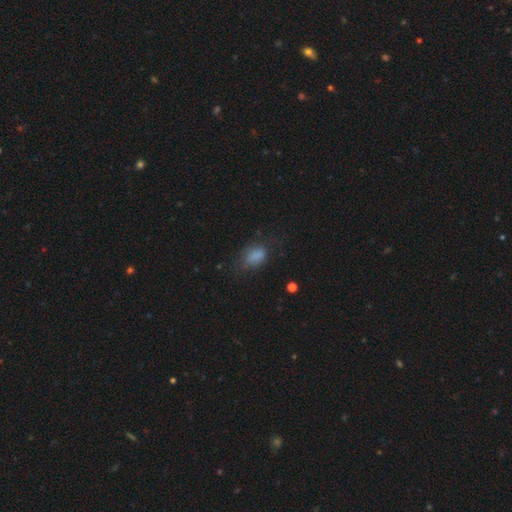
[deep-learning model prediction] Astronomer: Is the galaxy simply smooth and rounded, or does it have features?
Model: smooth — 80%.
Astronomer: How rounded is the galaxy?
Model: in between — 83%.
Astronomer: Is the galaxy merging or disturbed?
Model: none — 55%.